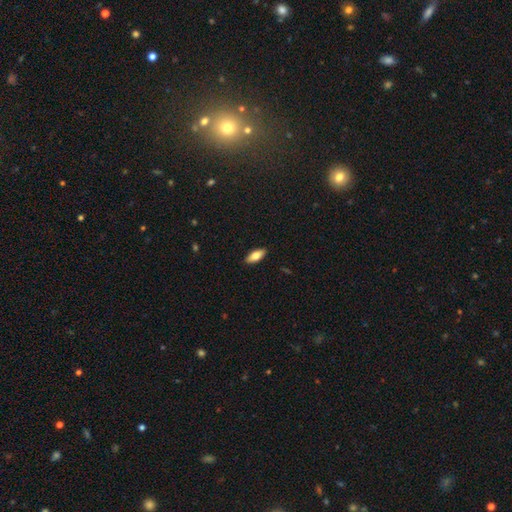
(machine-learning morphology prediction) This is likely a smooth galaxy (76%). How rounded: likely in between (80%). Merging: clearly none (90%).